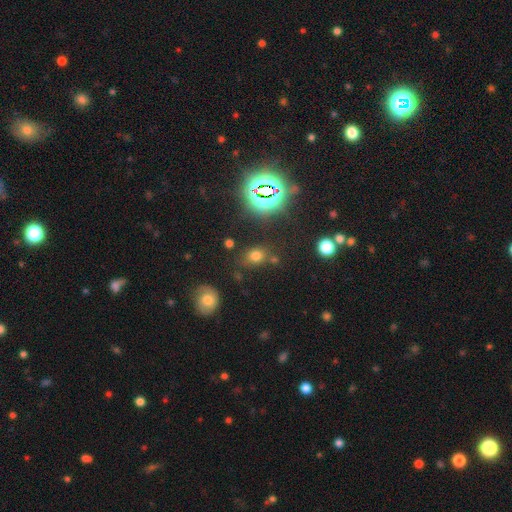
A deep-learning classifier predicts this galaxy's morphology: Overall: smooth (66%; star or artifact 26%). How rounded: round (50%; in between 48%). Merging: none (72%).